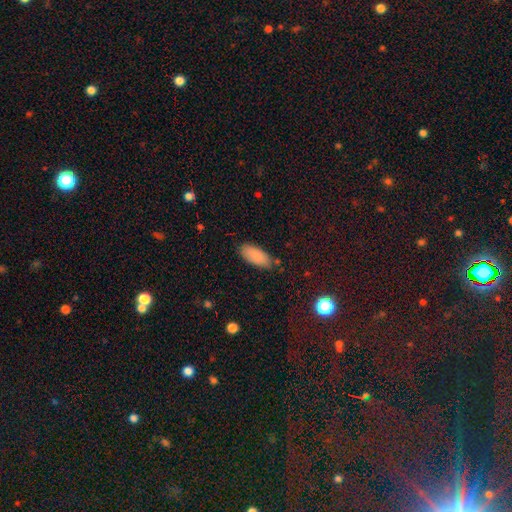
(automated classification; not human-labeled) Q: Smooth or featured?
A: smooth (88%); runner-up: star or artifact (7%)
Q: How rounded?
A: in between (88%); runner-up: cigar-shaped (10%)
Q: Merging?
A: none (81%); runner-up: minor disturbance (15%)